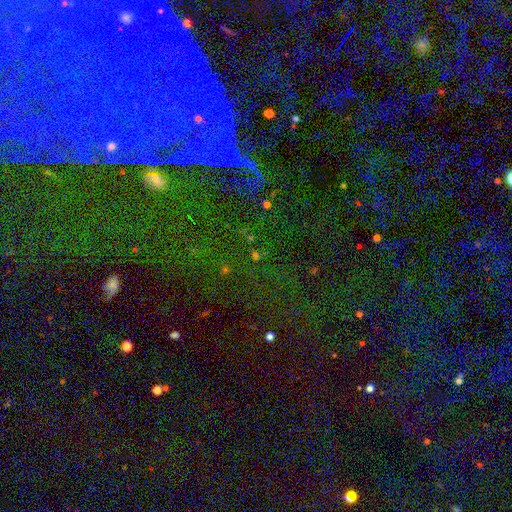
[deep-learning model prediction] Smooth or featured? Predicted: star or artifact (p=0.66).